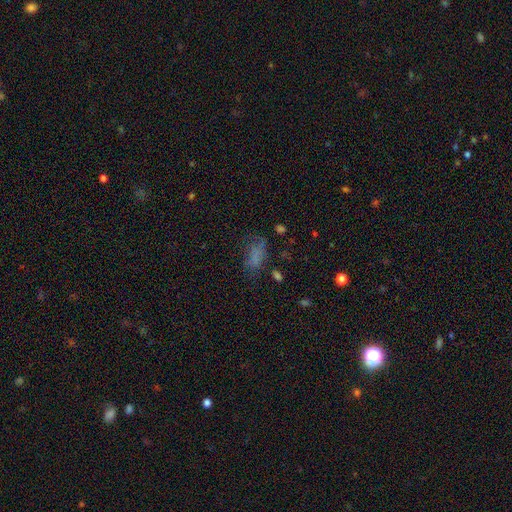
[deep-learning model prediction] Morphology: type=smooth (62%); roundness=in between (85%); merging=none (46%).